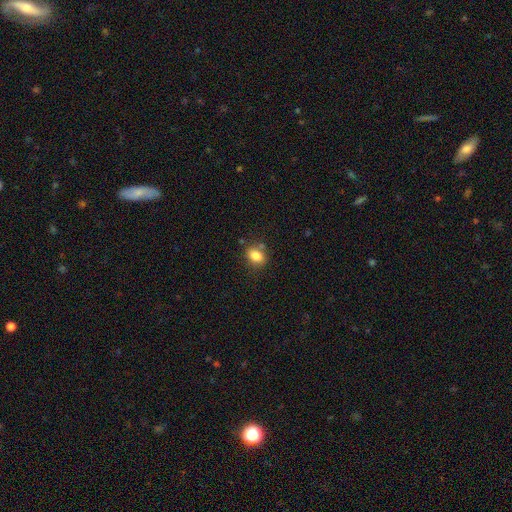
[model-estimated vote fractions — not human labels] Overall: smooth (83%). How rounded: in between (64%; round 35%). Merging: none (74%).